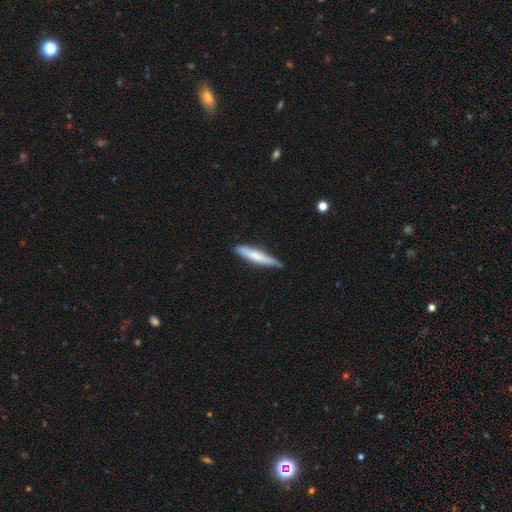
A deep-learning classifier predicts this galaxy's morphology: smooth_or_featured: smooth (p=0.66) [alt: featured or disk p=0.28]
how_rounded: cigar-shaped (p=0.90) [alt: in between p=0.09]
merging: none (p=0.69) [alt: minor disturbance p=0.25]